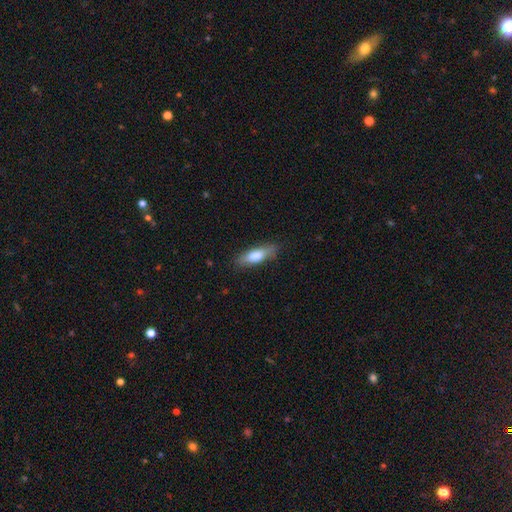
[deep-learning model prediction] A smooth galaxy with no disk features (74%) that is cigar-shaped (50%). Merging: none (78%).